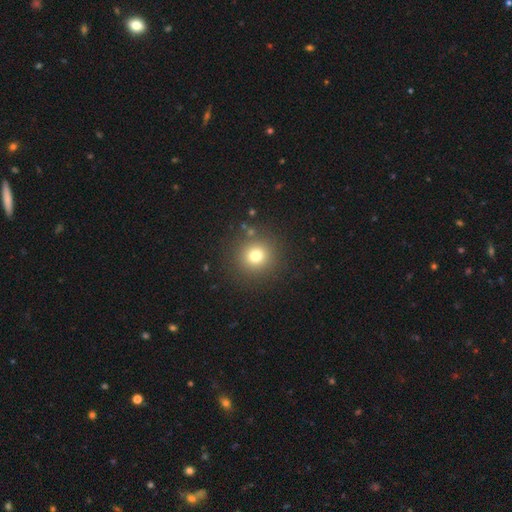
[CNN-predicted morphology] Q: Smooth or featured?
A: smooth (75%); runner-up: star or artifact (16%)
Q: How rounded?
A: round (94%); runner-up: in between (5%)
Q: Merging?
A: none (88%); runner-up: minor disturbance (6%)